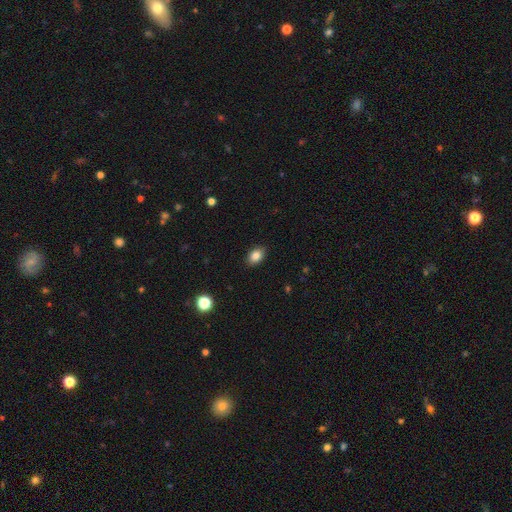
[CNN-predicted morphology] A smooth galaxy with no disk features (85%) that is in between round and cigar-shaped (83%).

Vote fractions:
- Smooth or featured? smooth: 85% / star or artifact: 9% / featured or disk: 6%
- How rounded? in between: 83% / round: 16% / cigar-shaped: 1%
- Merging? none: 88% / minor disturbance: 8% / major disturbance: 2% / merger: 1%